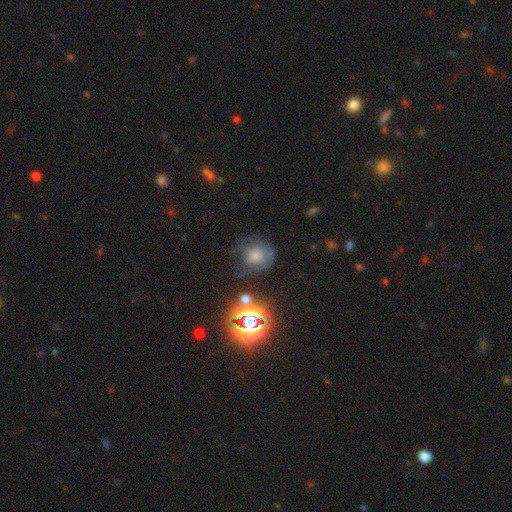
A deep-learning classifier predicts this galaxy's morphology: smooth_or_featured: smooth (p=0.39) [alt: star or artifact p=0.35]
merging: none (p=0.61) [alt: minor disturbance p=0.23]